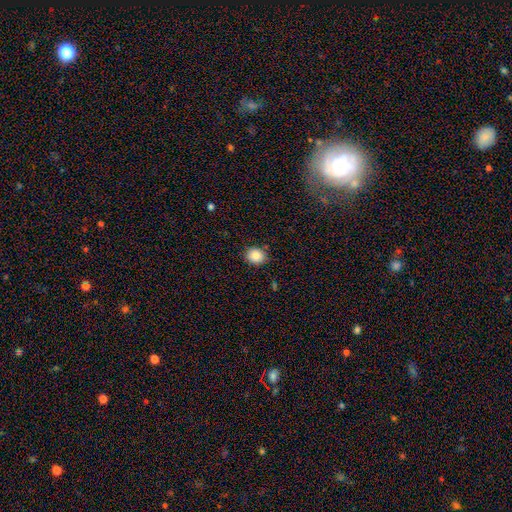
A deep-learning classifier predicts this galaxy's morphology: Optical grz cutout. It shows a smooth galaxy with no disk features (87%) that is round (70%). Merging: none (87%).